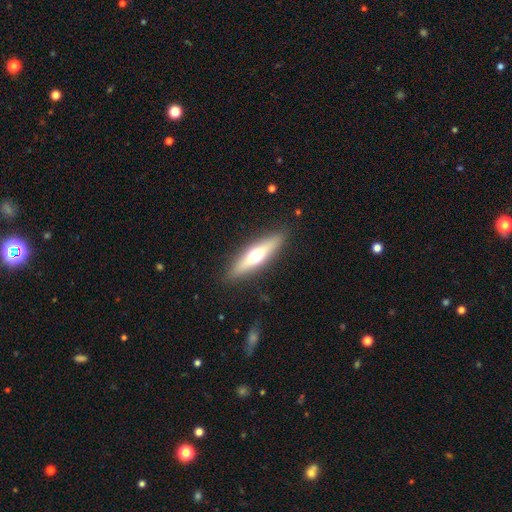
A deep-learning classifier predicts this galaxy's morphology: Q: Smooth or featured?
A: featured or disk (48%); runner-up: smooth (46%)
Q: Merging?
A: none (88%); runner-up: minor disturbance (8%)